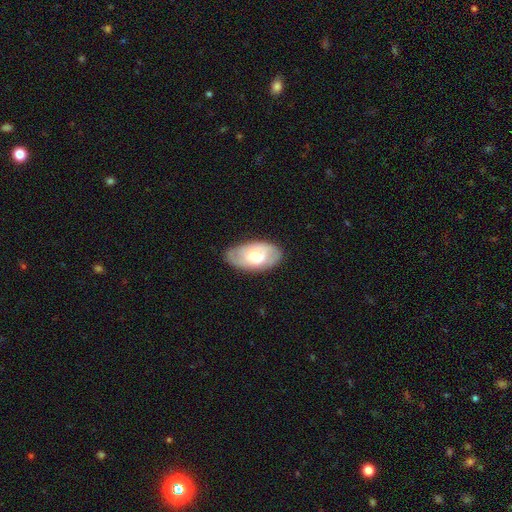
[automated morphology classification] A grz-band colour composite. It shows a featured or disk galaxy (47%, tied with smooth). Merging: none (78%).